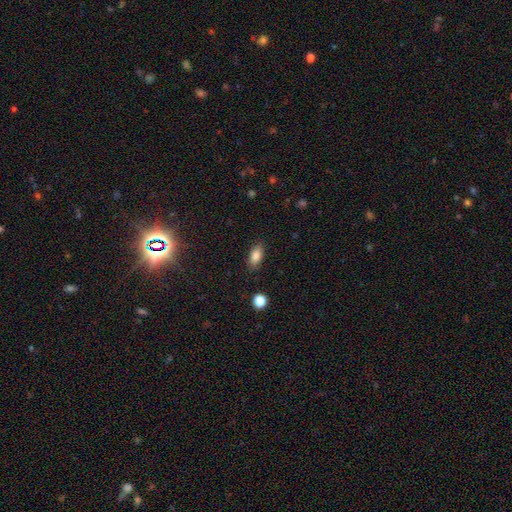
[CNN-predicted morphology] Smooth or featured?
  - smooth: 84% *
  - star or artifact: 9%
  - featured or disk: 7%
How rounded?
  - in between: 88% *
  - cigar-shaped: 8%
  - round: 5%
Merging?
  - none: 86% *
  - minor disturbance: 10%
  - major disturbance: 3%
  - merger: 1%